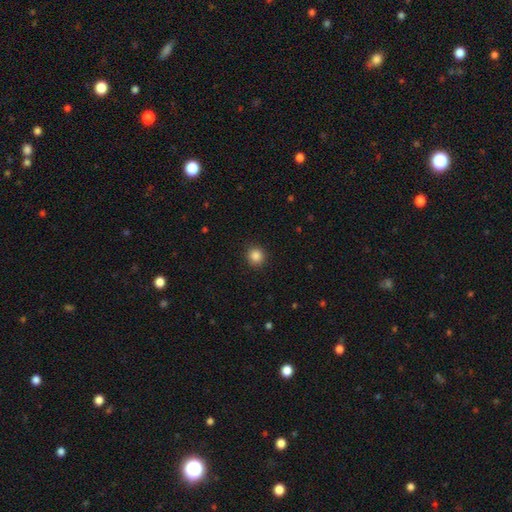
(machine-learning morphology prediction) A smooth galaxy with no disk features (86%) that is round (93%).

Vote fractions:
- Smooth or featured? smooth: 86% / star or artifact: 11% / featured or disk: 3%
- How rounded? round: 93% / in between: 6% / cigar-shaped: 1%
- Merging? none: 91% / minor disturbance: 6% / major disturbance: 2% / merger: 1%